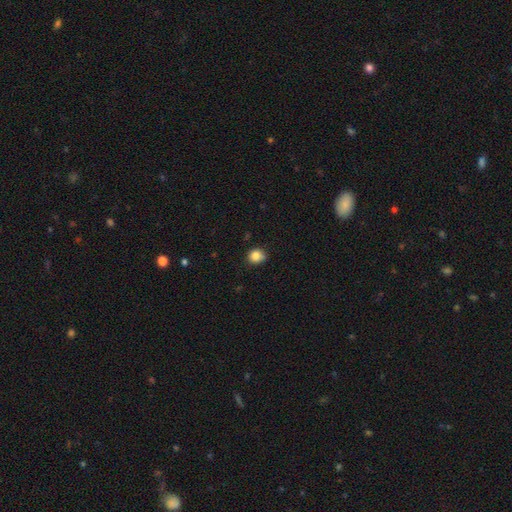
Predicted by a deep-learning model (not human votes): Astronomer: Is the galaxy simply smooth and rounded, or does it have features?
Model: smooth — 84%.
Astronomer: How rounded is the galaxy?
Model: round — 76%.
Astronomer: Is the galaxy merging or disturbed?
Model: none — 76%.